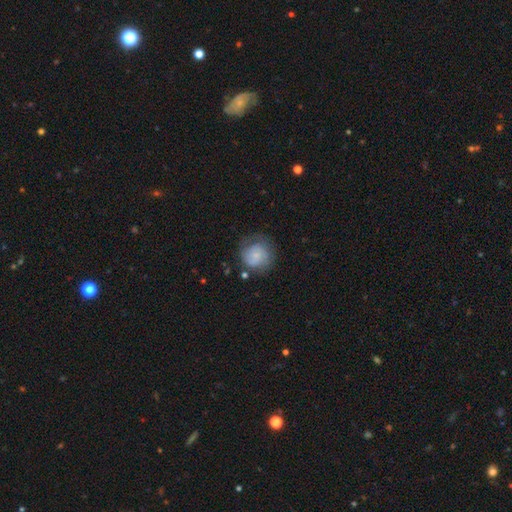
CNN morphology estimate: A smooth galaxy with no disk features (60%) that is round (88%).

Vote fractions:
- Smooth or featured? smooth: 60% / featured or disk: 33% / star or artifact: 8%
- How rounded? round: 88% / in between: 11% / cigar-shaped: 1%
- Merging? none: 58% / minor disturbance: 25% / major disturbance: 14% / merger: 3%